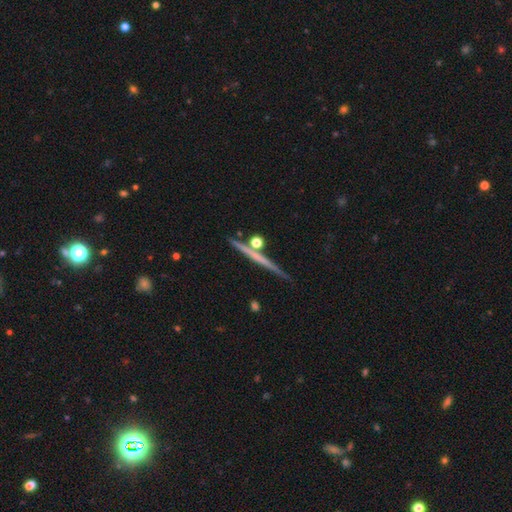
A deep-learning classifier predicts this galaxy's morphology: Smooth or featured: featured or disk — 62% (smooth — 31%)
Edge-on disk: yes — 97% (no — 3%)
Edge-on bulge: none — 76% (rounded — 18%)
Merging: none — 83% (minor disturbance — 9%)